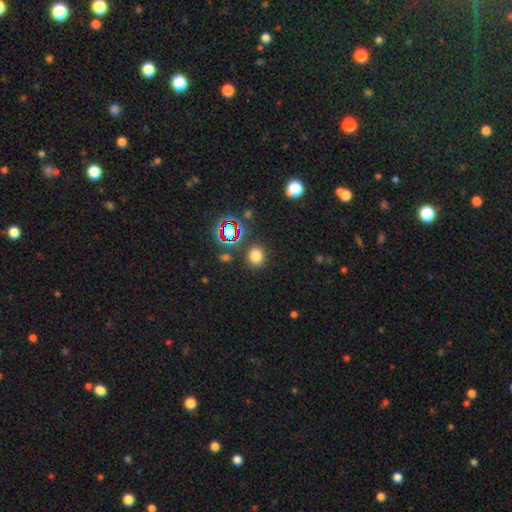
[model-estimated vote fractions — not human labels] Q: Smooth or featured?
A: smooth (73%); runner-up: star or artifact (21%)
Q: How rounded?
A: round (74%); runner-up: in between (25%)
Q: Merging?
A: none (85%); runner-up: minor disturbance (8%)